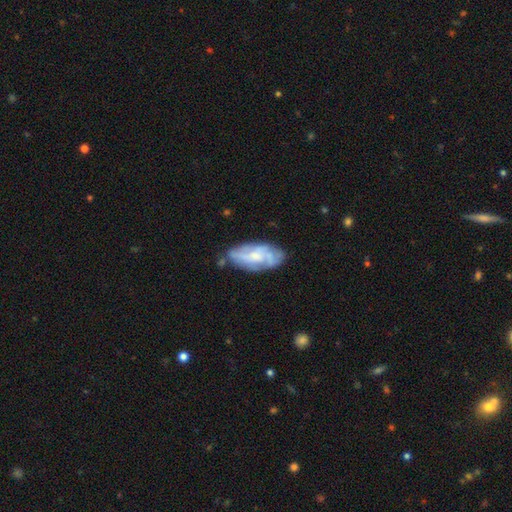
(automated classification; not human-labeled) The model was most divided on "bulge size": small: 52%, moderate: 35%, none: 9%, large: 3%, dominant: 1%. More confident: edge-on disk — no (92%); spiral arms — yes (74%); merging — none (63%); smooth or featured — featured or disk (63%); bar — no (62%).